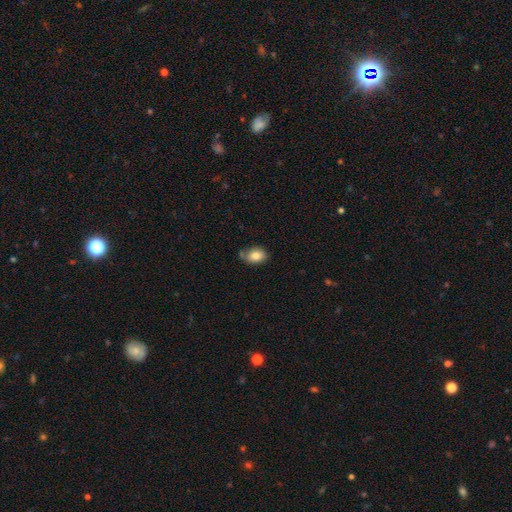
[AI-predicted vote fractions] smooth 81%, featured or disk 11%, star or artifact 8%. Down the decision tree: how rounded — in between (72%); merging — none (60%).